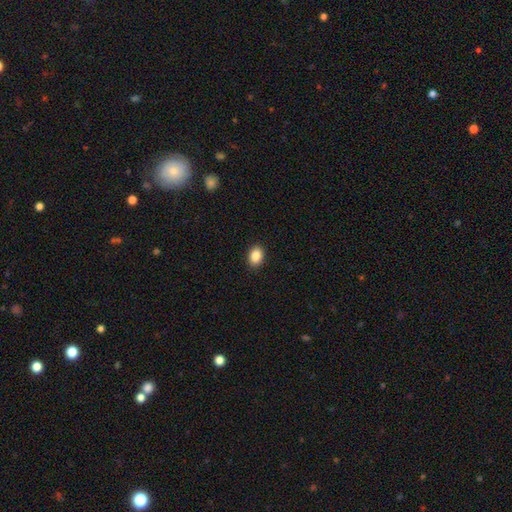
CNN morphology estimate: smooth 87%, star or artifact 9%, featured or disk 4%. Down the decision tree: how rounded — in between (68%); merging — none (90%).